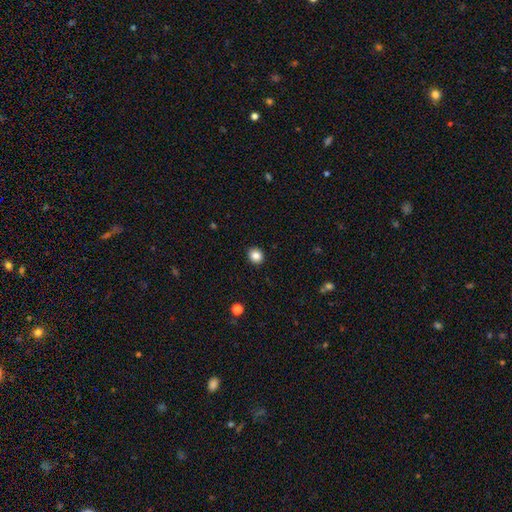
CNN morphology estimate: The model was most divided on "how rounded": round: 79%, in between: 21%, cigar-shaped: 1%. More confident: merging — none (92%); smooth or featured — smooth (85%).